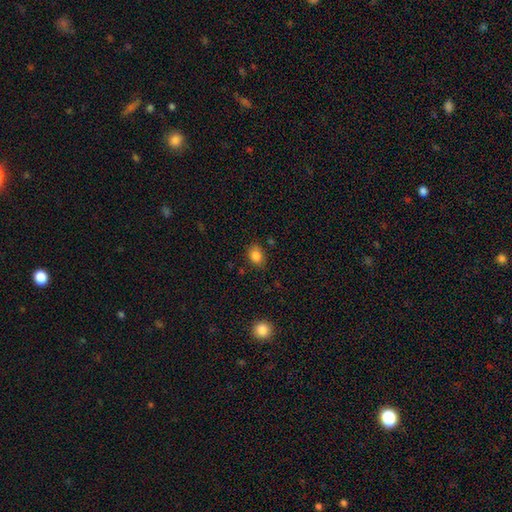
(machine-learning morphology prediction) Overall: smooth (84%). How rounded: in between (63%; round 36%). Merging: none (83%).